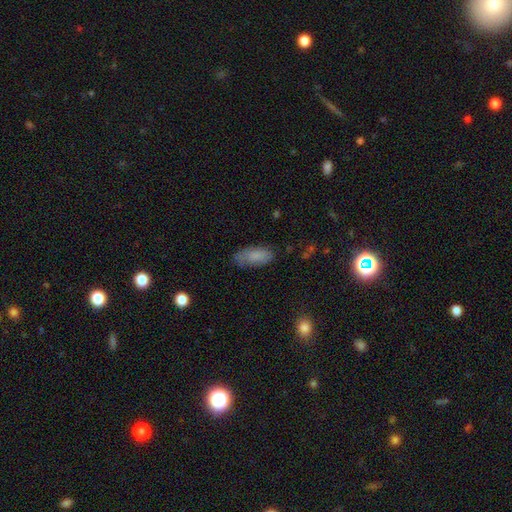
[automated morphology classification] Smooth or featured? Predicted: smooth (p=0.81). How rounded? Predicted: in between (p=0.82). Merging? Predicted: none (p=0.68).